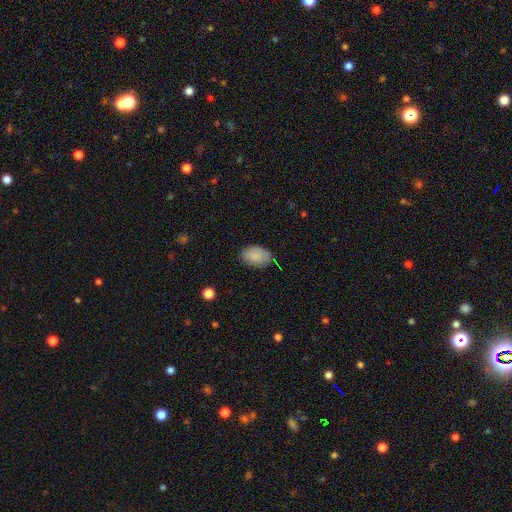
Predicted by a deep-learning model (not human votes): Q: Smooth or featured?
A: smooth (87%); runner-up: star or artifact (7%)
Q: How rounded?
A: in between (88%); runner-up: round (11%)
Q: Merging?
A: none (75%); runner-up: minor disturbance (20%)